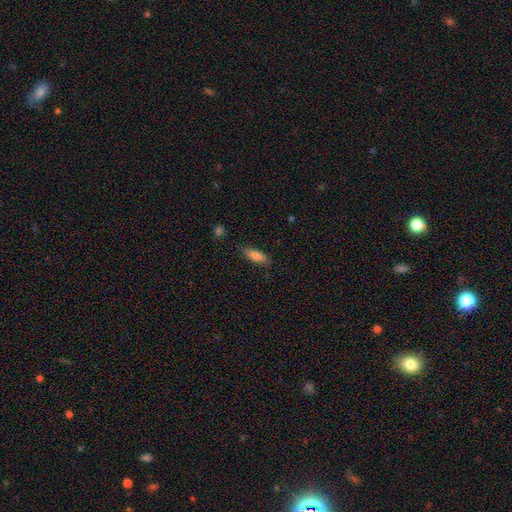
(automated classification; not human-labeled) Smooth or featured? smooth (81%)
How rounded? in between (62%)
Merging? none (78%)